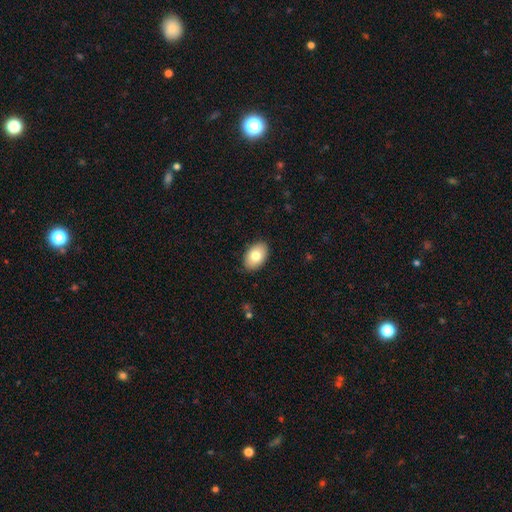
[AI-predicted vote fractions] This appears to be a smooth galaxy with no disk features (79%) that is in between round and cigar-shaped (89%). Merging: none (88%).